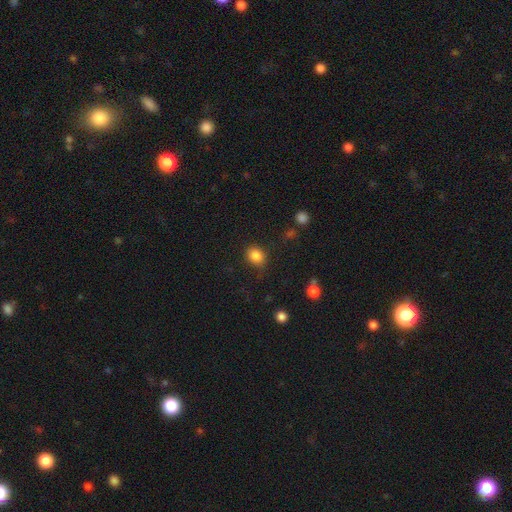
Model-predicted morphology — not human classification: Q: Smooth or featured?
A: smooth (85%); runner-up: star or artifact (10%)
Q: How rounded?
A: round (61%); runner-up: in between (38%)
Q: Merging?
A: none (80%); runner-up: minor disturbance (14%)